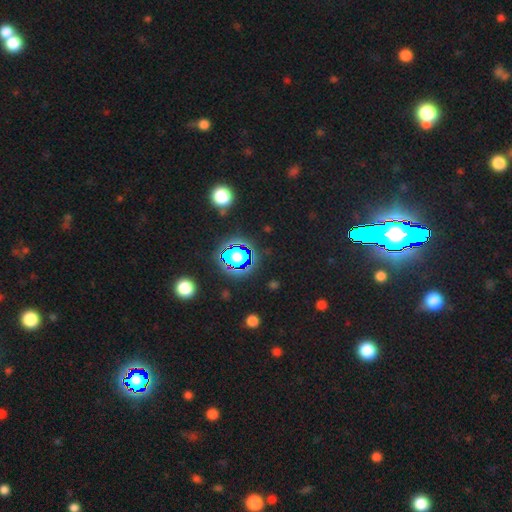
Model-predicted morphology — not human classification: This is clearly a star or artifact rather than a galaxy (81%).